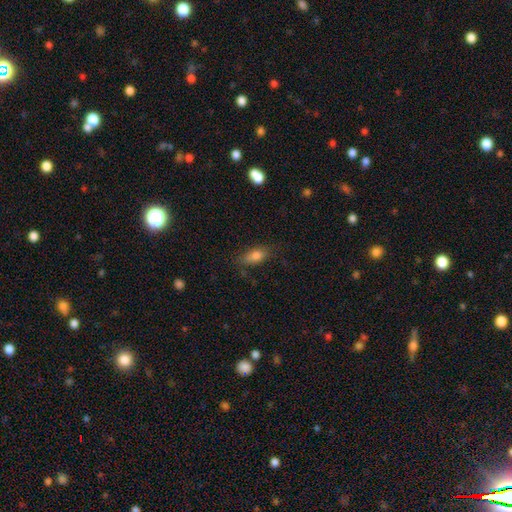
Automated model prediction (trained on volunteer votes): Smooth or featured: smooth — 78% (featured or disk — 12%)
How rounded: in between — 81% (cigar-shaped — 12%)
Merging: none — 73% (minor disturbance — 20%)